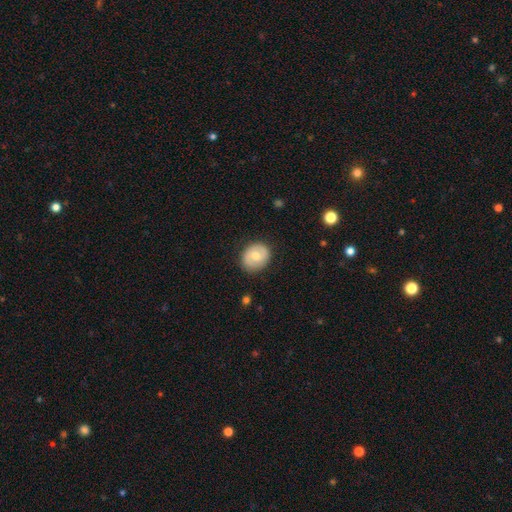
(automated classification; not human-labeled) smooth-or-featured: smooth: 52% | featured or disk: 41% | star or artifact: 6%
  how-rounded: round: 65% | in between: 34% | cigar-shaped: 1%
  merging: none: 84% | minor disturbance: 12% | major disturbance: 3% | merger: 1%